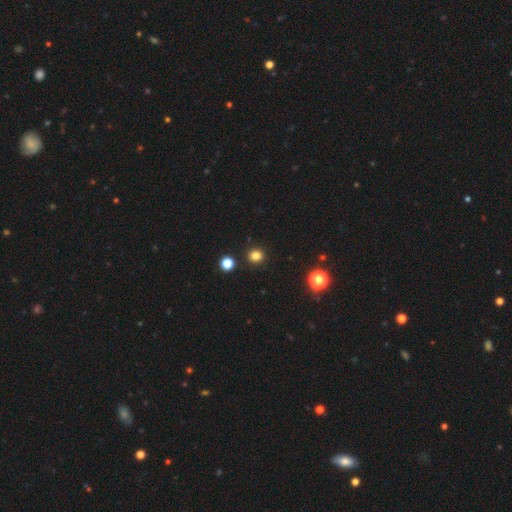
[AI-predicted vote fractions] Smooth or featured?
  - smooth: 81% *
  - star or artifact: 15%
  - featured or disk: 4%
How rounded?
  - round: 88% *
  - in between: 11%
  - cigar-shaped: 1%
Merging?
  - none: 90% *
  - minor disturbance: 5%
  - merger: 3%
  - major disturbance: 2%